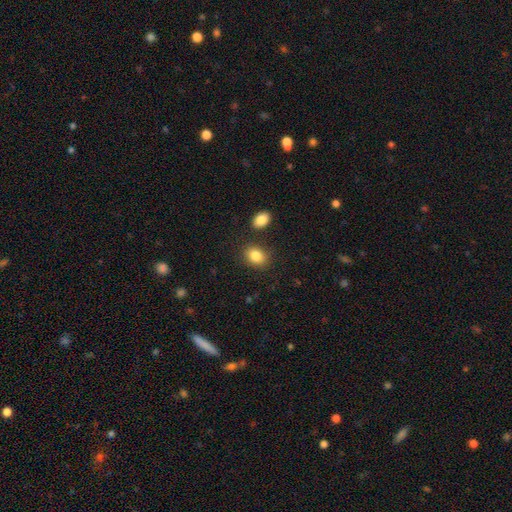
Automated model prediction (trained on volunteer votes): The model was most divided on "how rounded": in between: 61%, round: 38%, cigar-shaped: 1%. More confident: smooth or featured — smooth (85%); merging — none (80%).